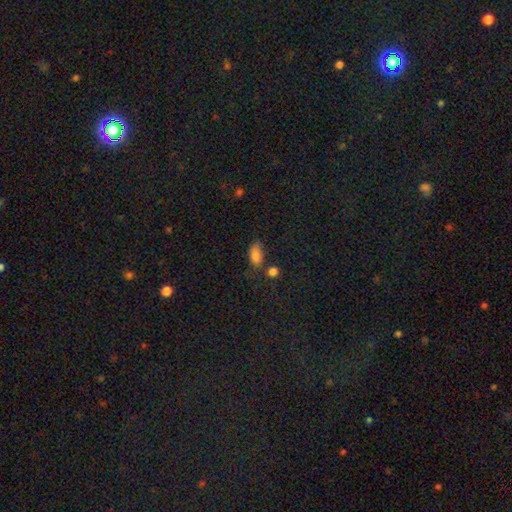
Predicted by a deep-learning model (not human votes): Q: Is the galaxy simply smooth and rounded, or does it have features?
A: smooth — 81%.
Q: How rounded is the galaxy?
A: in between — 88%.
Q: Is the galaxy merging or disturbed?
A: none — 48%.